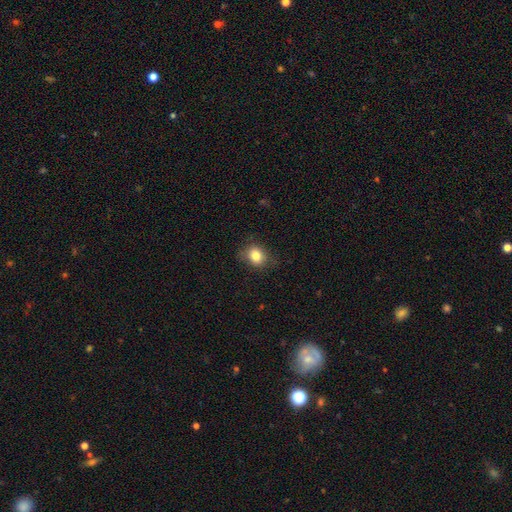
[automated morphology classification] smooth_or_featured: smooth (p=0.82) [alt: star or artifact p=0.10]
how_rounded: round (p=0.52) [alt: in between p=0.47]
merging: none (p=0.76) [alt: minor disturbance p=0.18]